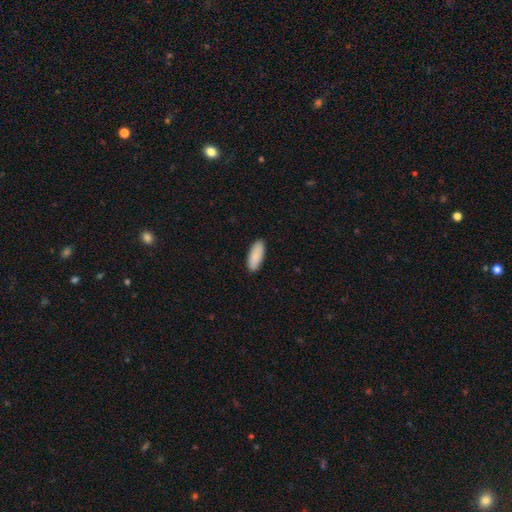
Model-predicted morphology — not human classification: A smooth galaxy with no disk features (90%) that is in between round and cigar-shaped (80%).

Vote fractions:
- Smooth or featured? smooth: 90% / star or artifact: 5% / featured or disk: 4%
- How rounded? in between: 80% / cigar-shaped: 19% / round: 2%
- Merging? none: 90% / minor disturbance: 8% / major disturbance: 2% / merger: 1%